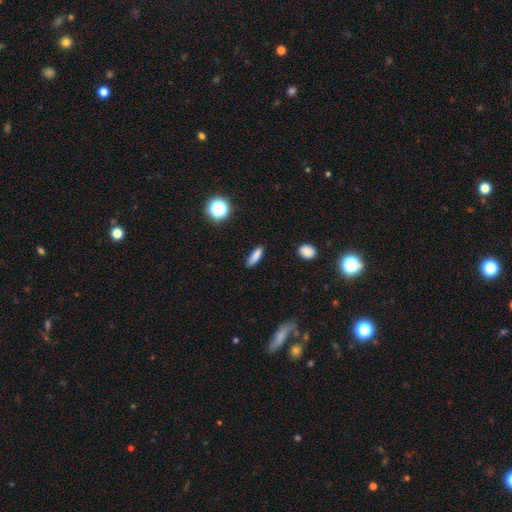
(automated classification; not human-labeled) Smooth or featured? Predicted: smooth (p=0.84). How rounded? Predicted: cigar-shaped (p=0.58). Merging? Predicted: none (p=0.85).